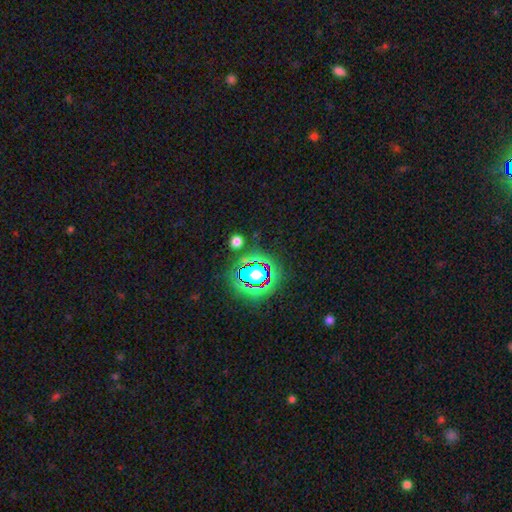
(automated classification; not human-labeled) This is likely a star or artifact rather than a galaxy (78%).